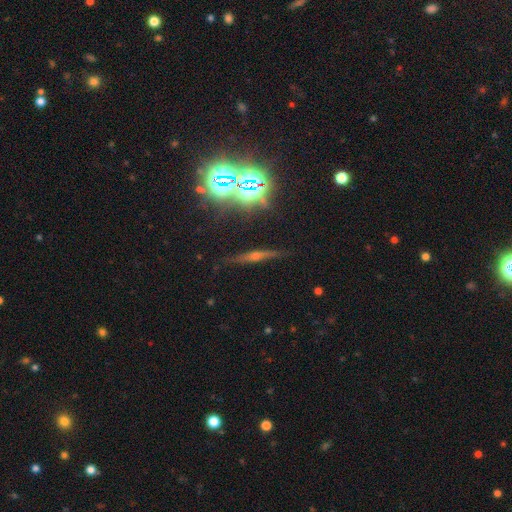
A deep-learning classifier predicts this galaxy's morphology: Smooth or featured? featured or disk (50%)
Merging? none (84%)